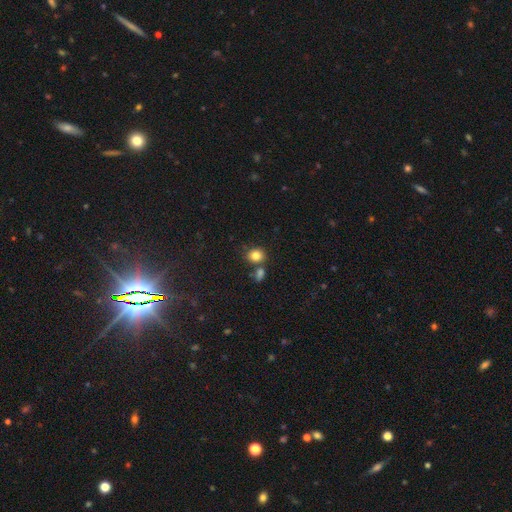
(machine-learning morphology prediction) Smooth or featured? Predicted: smooth (p=0.82). How rounded? Predicted: round (p=0.69). Merging? Predicted: none (p=0.65).